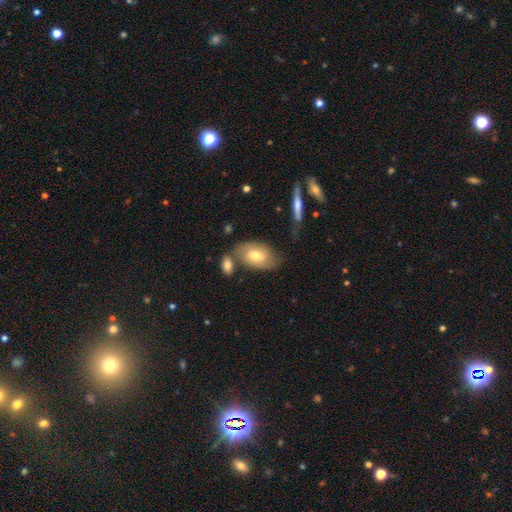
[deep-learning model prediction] Smooth or featured? Predicted: smooth (p=0.66). How rounded? Predicted: in between (p=0.91). Merging? Predicted: none (p=0.58).